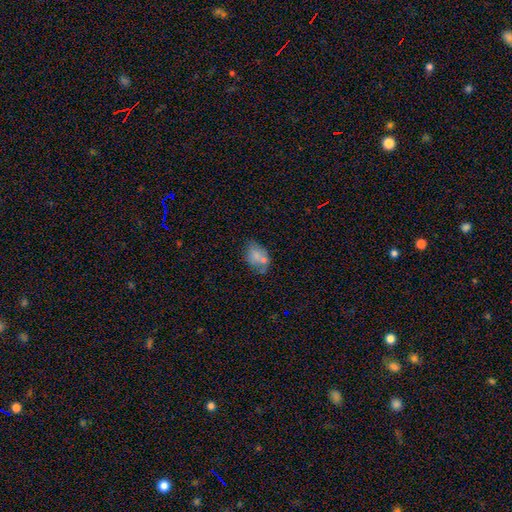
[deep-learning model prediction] Overall: smooth (64%; featured or disk 24%). How rounded: in between (77%). Merging: none (44%; minor disturbance 24%).